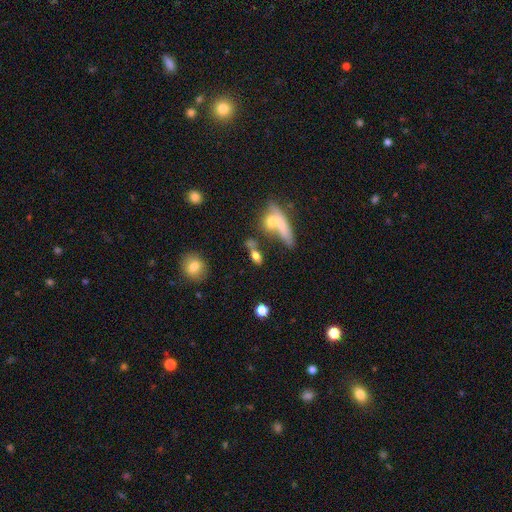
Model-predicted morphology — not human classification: Q: Smooth or featured?
A: smooth (67%); runner-up: featured or disk (22%)
Q: How rounded?
A: in between (63%); runner-up: cigar-shaped (25%)
Q: Merging?
A: none (47%); runner-up: merger (29%)